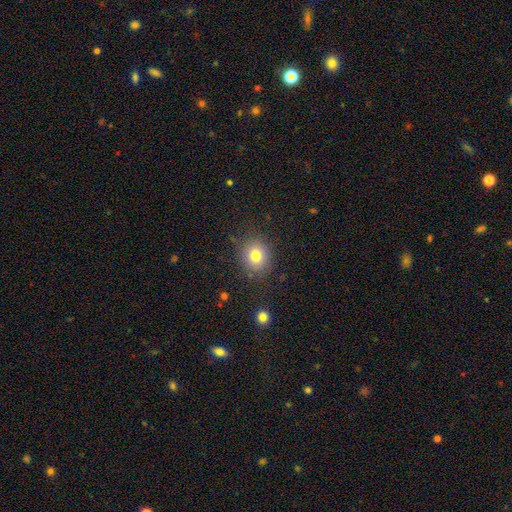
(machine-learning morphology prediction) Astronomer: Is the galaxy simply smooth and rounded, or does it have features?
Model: smooth — 77%.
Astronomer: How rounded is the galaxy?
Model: round — 76%.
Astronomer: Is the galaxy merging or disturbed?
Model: none — 84%.